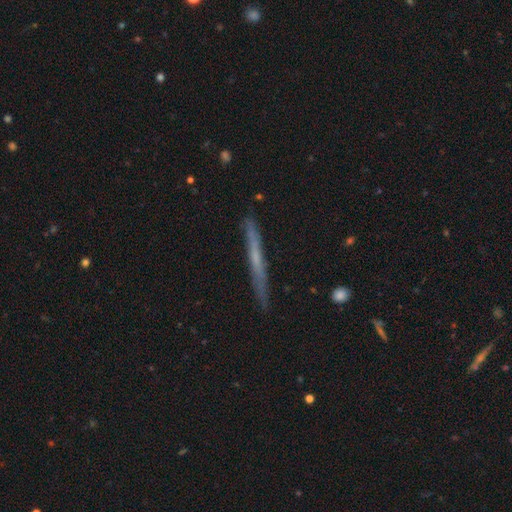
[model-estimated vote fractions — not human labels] featured or disk 56%, smooth 37%, star or artifact 7%. Down the decision tree: edge-on disk — yes (96%); edge-on bulge — none (76%); merging — none (86%).